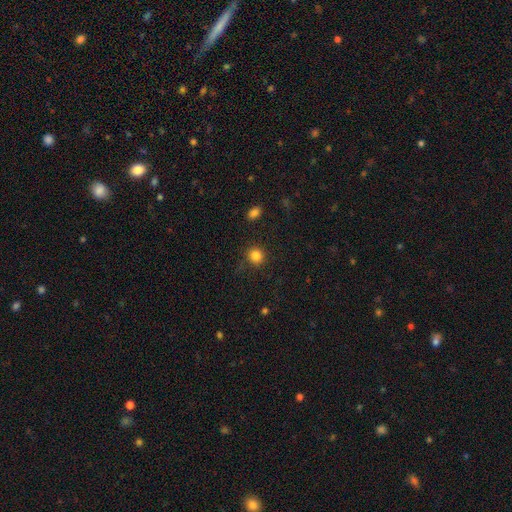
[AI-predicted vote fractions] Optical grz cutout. It shows a smooth galaxy with no disk features (84%) that is round (89%). Merging: none (85%).